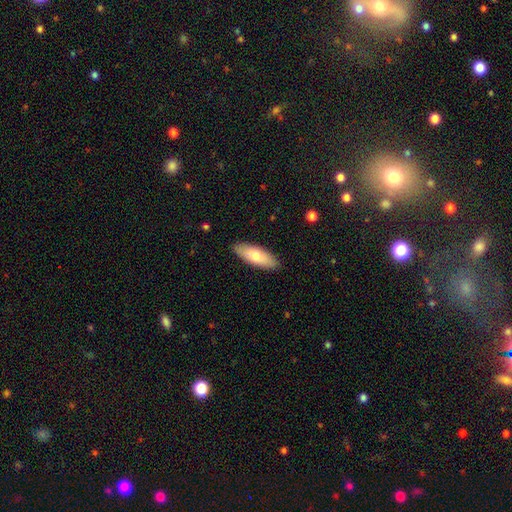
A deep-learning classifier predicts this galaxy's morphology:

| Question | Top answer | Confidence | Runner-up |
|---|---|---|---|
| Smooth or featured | smooth | 74% | featured or disk (20%) |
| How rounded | in between | 69% | cigar-shaped (29%) |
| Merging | none | 89% | minor disturbance (9%) |